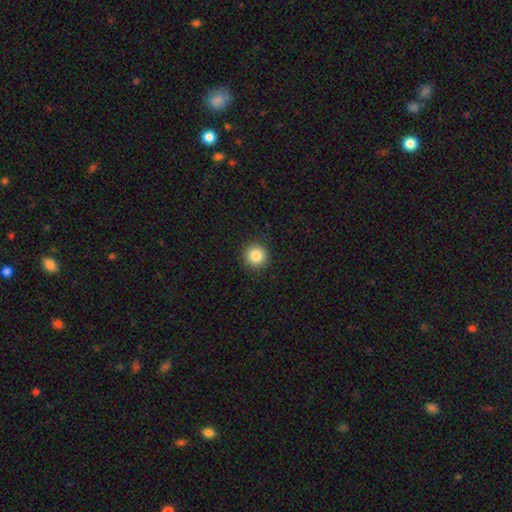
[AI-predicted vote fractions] smooth-or-featured: smooth: 85% | star or artifact: 10% | featured or disk: 5%
  how-rounded: round: 95% | in between: 4% | cigar-shaped: 1%
  merging: none: 92% | minor disturbance: 5% | major disturbance: 2% | merger: 1%